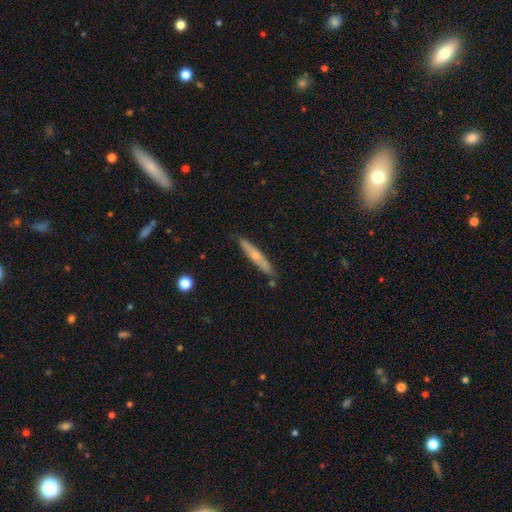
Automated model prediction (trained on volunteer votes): A featured or disk galaxy (49%).

Vote fractions:
- Smooth or featured? featured or disk: 49% / smooth: 45% / star or artifact: 6%
- Merging? none: 83% / minor disturbance: 12% / merger: 2% / major disturbance: 2%